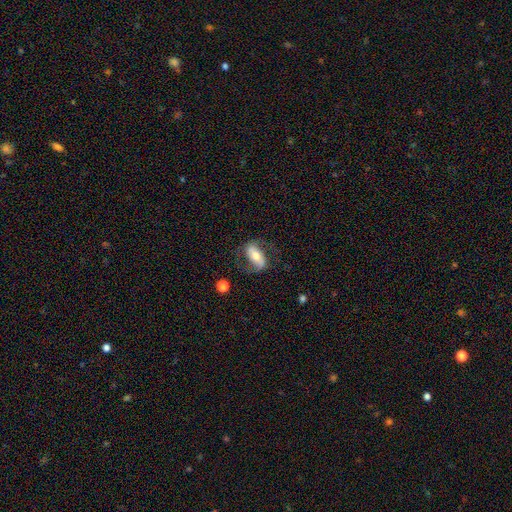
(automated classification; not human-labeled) smooth-or-featured: featured or disk: 53% | smooth: 40% | star or artifact: 7%
  disk-edge-on: no: 88% | yes: 12%
  merging: none: 65% | minor disturbance: 19% | major disturbance: 14% | merger: 2%